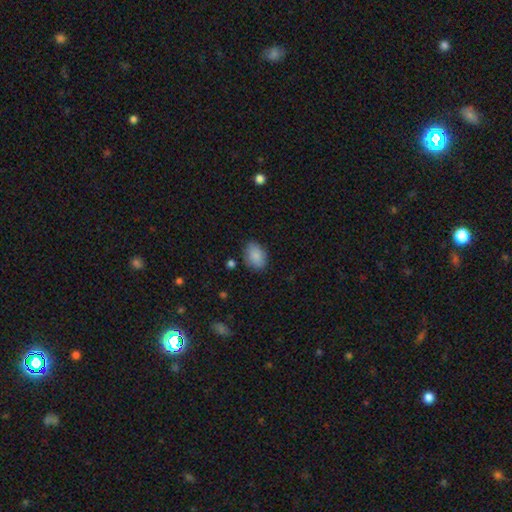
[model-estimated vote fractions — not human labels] Smooth or featured? Predicted: smooth (p=0.88). How rounded? Predicted: in between (p=0.80). Merging? Predicted: none (p=0.81).